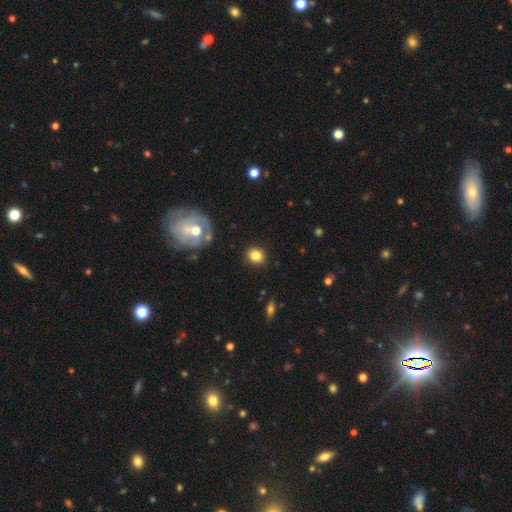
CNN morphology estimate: Smooth or featured? Predicted: smooth (p=0.82). How rounded? Predicted: round (p=0.71). Merging? Predicted: none (p=0.88).